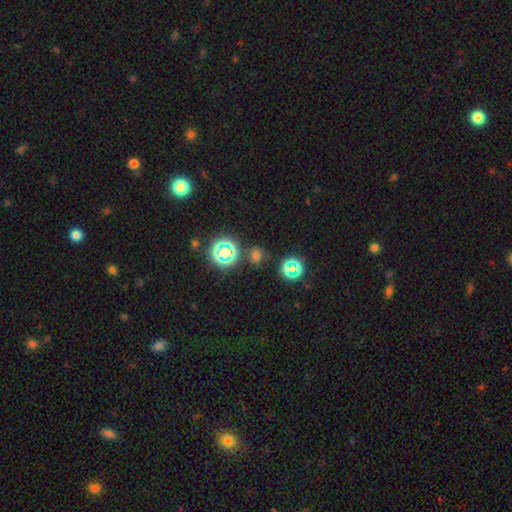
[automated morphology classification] smooth 52%, star or artifact 42%, featured or disk 7%. Down the decision tree: how rounded — round (74%); merging — none (79%).